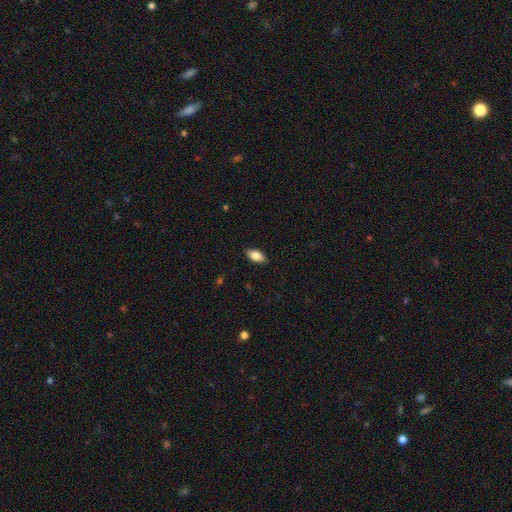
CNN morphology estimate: smooth-or-featured: smooth: 79% | featured or disk: 14% | star or artifact: 7%
  how-rounded: in between: 90% | cigar-shaped: 7% | round: 4%
  merging: none: 87% | minor disturbance: 10% | major disturbance: 2% | merger: 1%